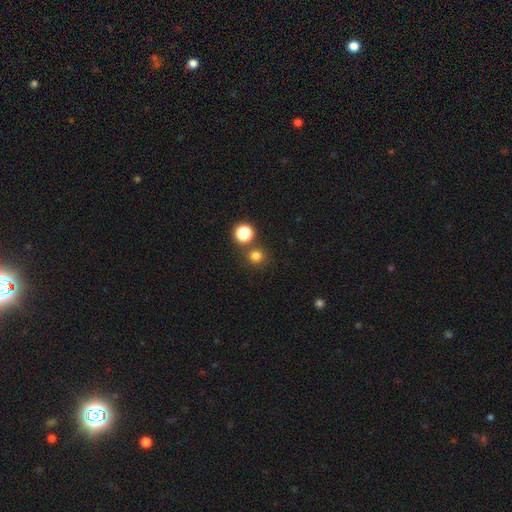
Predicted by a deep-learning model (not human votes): Morphology: type=smooth (77%); roundness=round (90%); merging=none (77%).